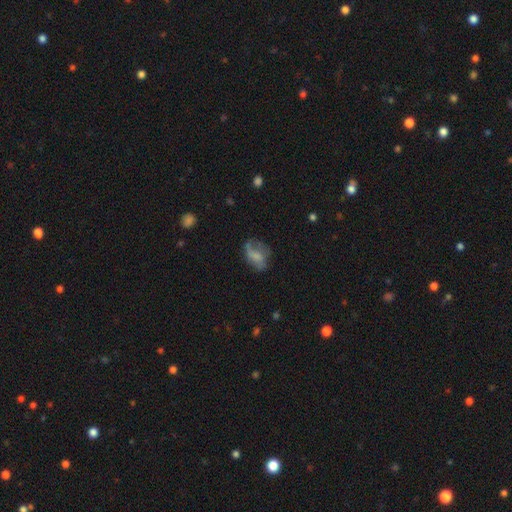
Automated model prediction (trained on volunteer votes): Smooth or featured? smooth (52%)
How rounded? in between (80%)
Merging? none (45%)